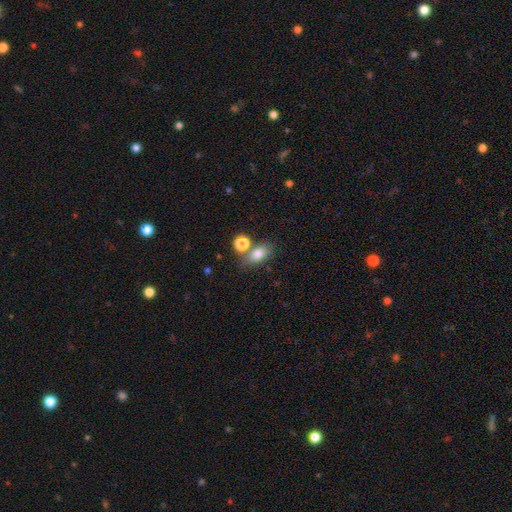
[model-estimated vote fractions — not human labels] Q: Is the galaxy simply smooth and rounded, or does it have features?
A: smooth — 77%.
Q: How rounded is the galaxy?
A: in between — 76%.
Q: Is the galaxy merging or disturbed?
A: none — 61%.